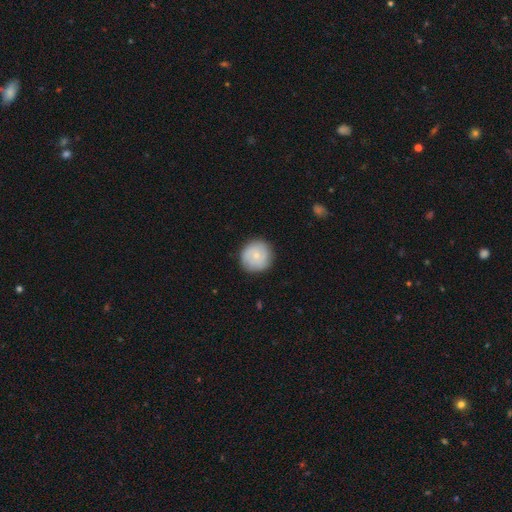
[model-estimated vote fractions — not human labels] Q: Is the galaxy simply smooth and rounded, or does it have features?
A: smooth — 62%.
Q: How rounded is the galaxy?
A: round — 94%.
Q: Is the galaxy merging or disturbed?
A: none — 86%.